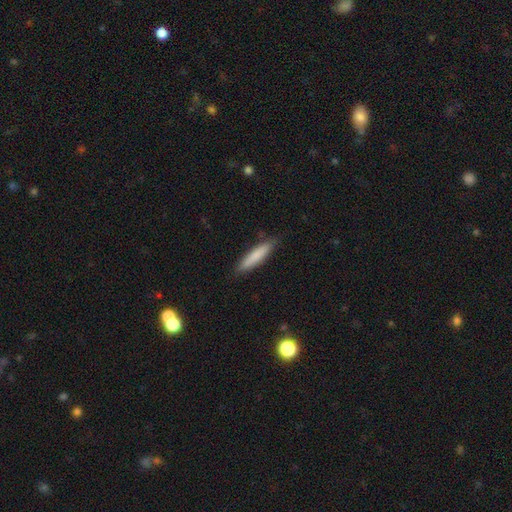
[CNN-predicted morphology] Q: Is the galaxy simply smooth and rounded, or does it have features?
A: smooth — 80%.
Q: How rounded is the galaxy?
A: cigar-shaped — 85%.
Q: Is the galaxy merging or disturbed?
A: none — 85%.